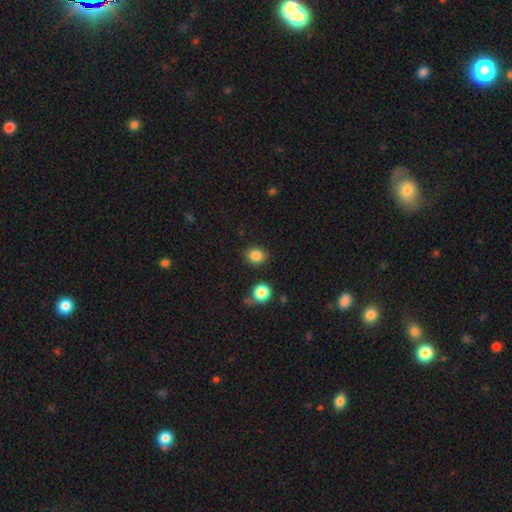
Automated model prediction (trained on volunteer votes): A smooth galaxy with no disk features (85%) that is round (63%).

Vote fractions:
- Smooth or featured? smooth: 85% / star or artifact: 10% / featured or disk: 5%
- How rounded? round: 63% / in between: 36% / cigar-shaped: 1%
- Merging? none: 84% / minor disturbance: 10% / merger: 3% / major disturbance: 3%